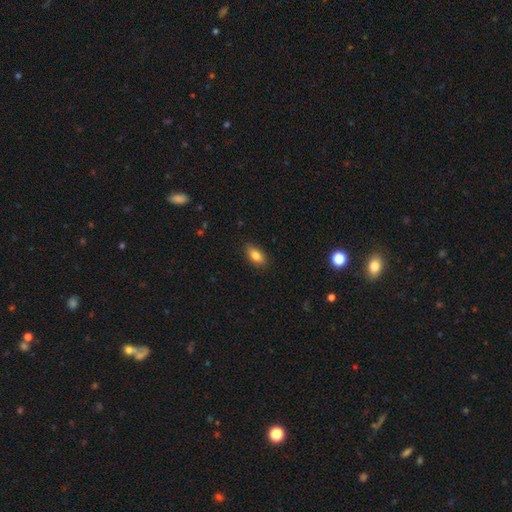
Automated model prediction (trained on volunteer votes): smooth_or_featured: smooth (p=0.83) [alt: featured or disk p=0.09]
how_rounded: in between (p=0.88) [alt: round p=0.06]
merging: none (p=0.86) [alt: minor disturbance p=0.11]